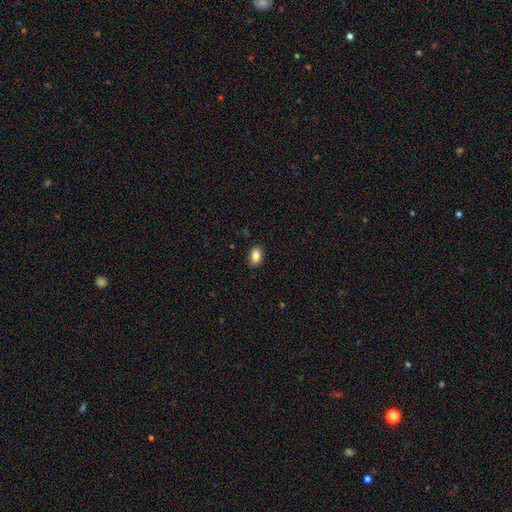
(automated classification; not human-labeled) Smooth or featured? Predicted: smooth (p=0.86). How rounded? Predicted: in between (p=0.86). Merging? Predicted: none (p=0.88).